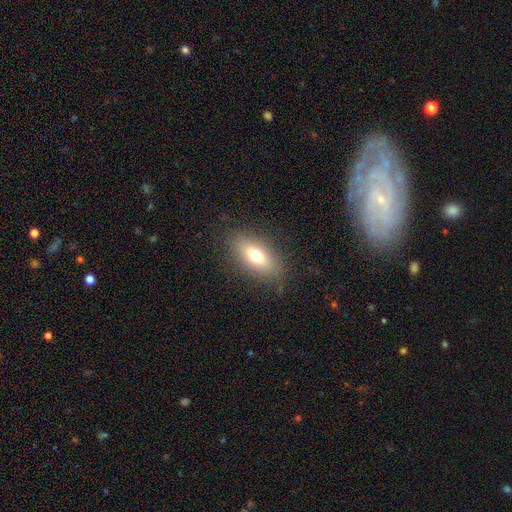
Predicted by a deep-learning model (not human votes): This is likely a smooth galaxy (71%). How rounded: clearly in between (82%). Merging: clearly none (85%).